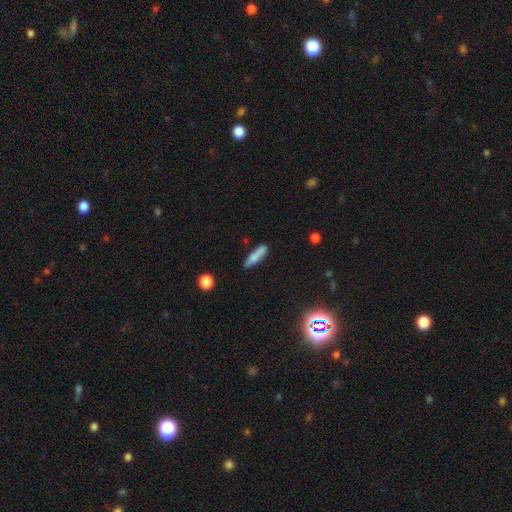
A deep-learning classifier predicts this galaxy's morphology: smooth_or_featured: smooth (p=0.77) [alt: featured or disk p=0.16]
how_rounded: cigar-shaped (p=0.77) [alt: in between p=0.21]
merging: none (p=0.81) [alt: minor disturbance p=0.14]